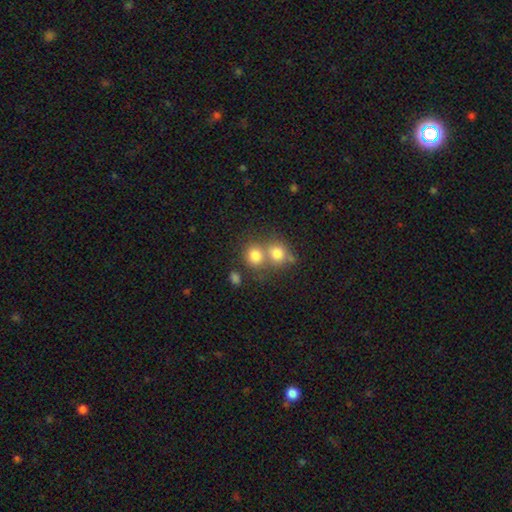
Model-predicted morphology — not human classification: Smooth or featured?
  - smooth: 79% *
  - star or artifact: 12%
  - featured or disk: 10%
How rounded?
  - round: 79% *
  - in between: 20%
  - cigar-shaped: 1%
Merging?
  - merger: 47% *
  - none: 43%
  - minor disturbance: 7%
  - major disturbance: 3%